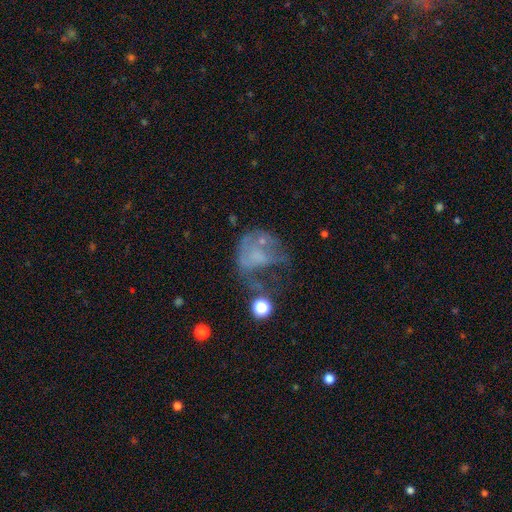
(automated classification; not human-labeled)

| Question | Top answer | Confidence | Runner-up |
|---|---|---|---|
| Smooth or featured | featured or disk | 47% | smooth (37%) |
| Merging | major disturbance | 49% | none (21%) |